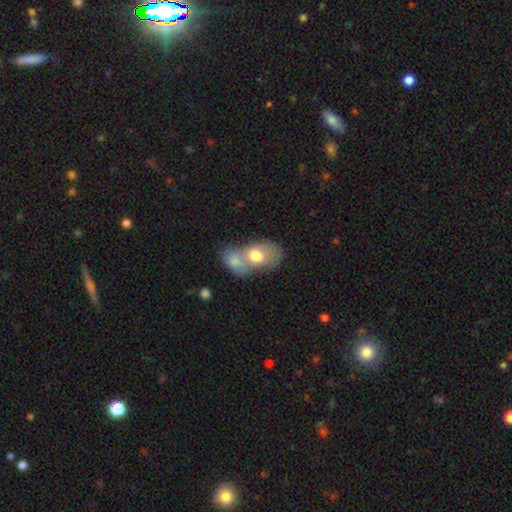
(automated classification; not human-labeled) This is likely a smooth galaxy (69%). How rounded: likely in between (79%). Merging: likely merger (67%).